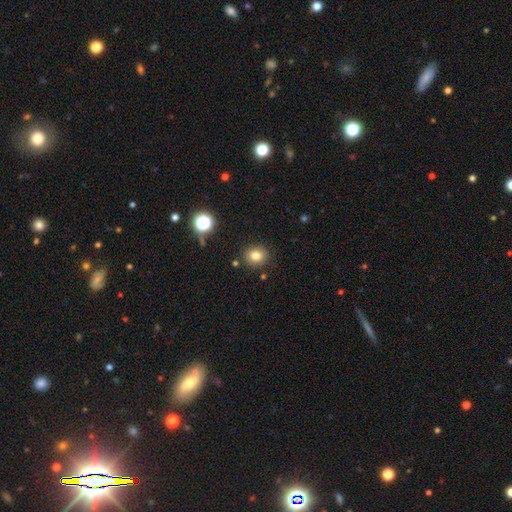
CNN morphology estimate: smooth-or-featured: smooth: 78% | star or artifact: 14% | featured or disk: 8%
  how-rounded: round: 79% | in between: 21% | cigar-shaped: 1%
  merging: none: 86% | minor disturbance: 9% | merger: 3% | major disturbance: 3%